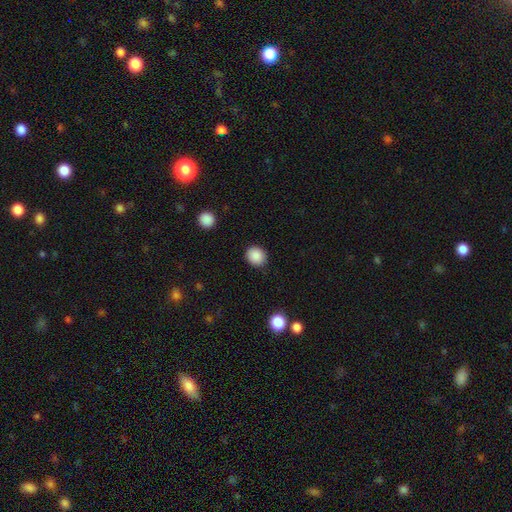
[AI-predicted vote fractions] A smooth galaxy with no disk features (88%) that is round (73%). Merging: none (89%).